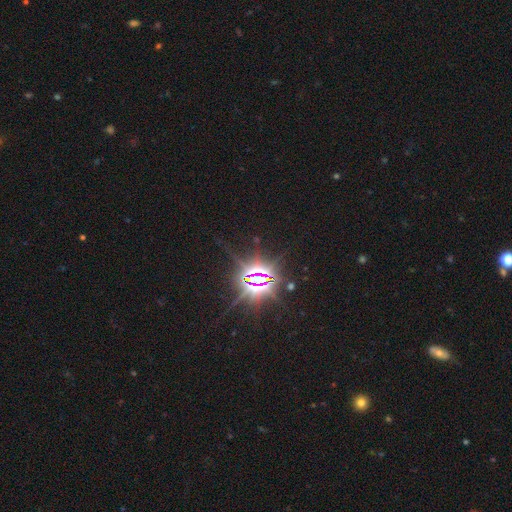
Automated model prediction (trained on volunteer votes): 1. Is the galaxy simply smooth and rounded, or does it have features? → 86% star or artifact, 8% smooth, 6% featured or disk.